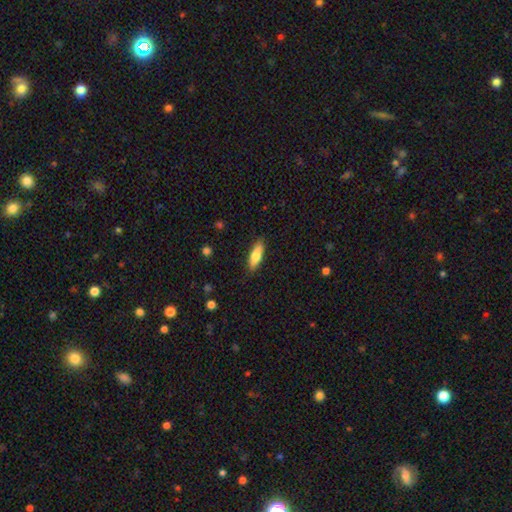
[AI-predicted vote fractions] Q: Smooth or featured?
A: smooth (74%); runner-up: featured or disk (20%)
Q: How rounded?
A: in between (56%); runner-up: cigar-shaped (42%)
Q: Merging?
A: none (87%); runner-up: minor disturbance (10%)